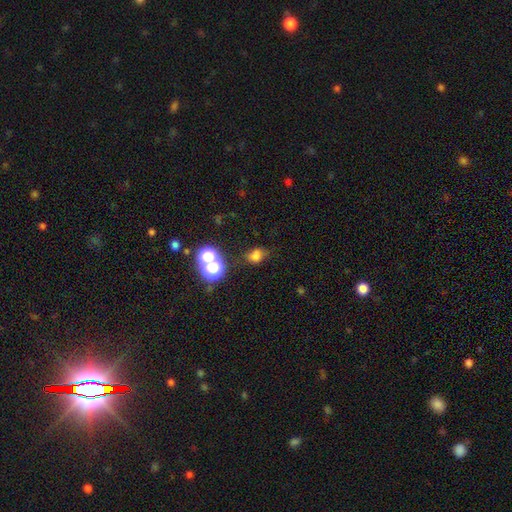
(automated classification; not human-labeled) smooth_or_featured: smooth (p=0.67) [alt: star or artifact p=0.22]
how_rounded: in between (p=0.56) [alt: round p=0.43]
merging: none (p=0.56) [alt: minor disturbance p=0.21]